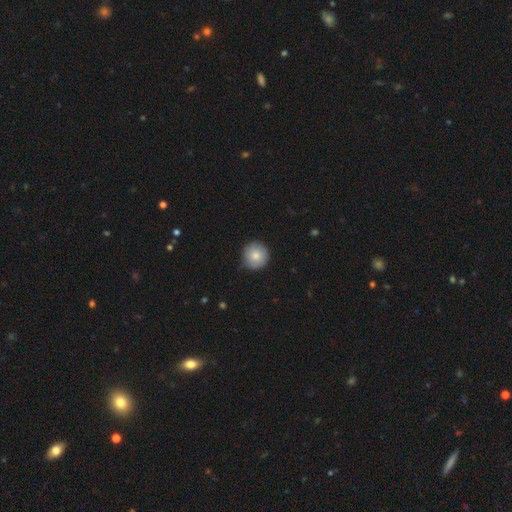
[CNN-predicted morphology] Smooth or featured?
  - smooth: 81% *
  - featured or disk: 12%
  - star or artifact: 7%
How rounded?
  - round: 95% *
  - in between: 4%
  - cigar-shaped: 1%
Merging?
  - none: 86% *
  - minor disturbance: 11%
  - major disturbance: 2%
  - merger: 1%